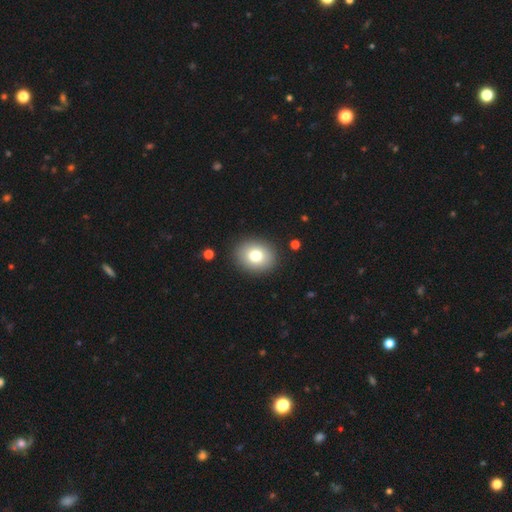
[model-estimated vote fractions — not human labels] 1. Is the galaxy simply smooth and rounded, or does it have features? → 78% smooth, 12% featured or disk, 10% star or artifact.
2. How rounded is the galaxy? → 60% round, 39% in between, 1% cigar-shaped.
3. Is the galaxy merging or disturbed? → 90% none, 6% minor disturbance, 2% major disturbance, 1% merger.